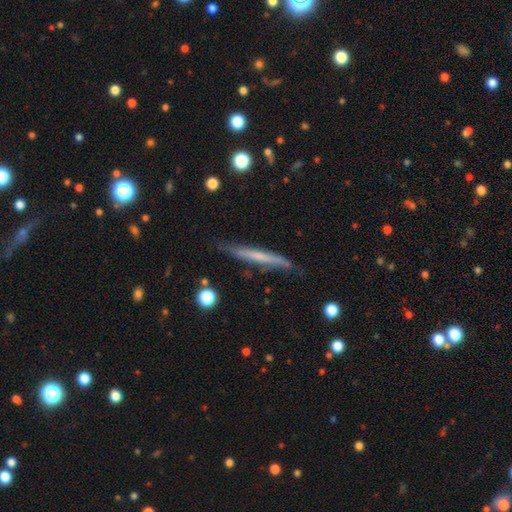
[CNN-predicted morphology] This is possibly a featured or disk galaxy (49%). Merging: clearly none (84%).